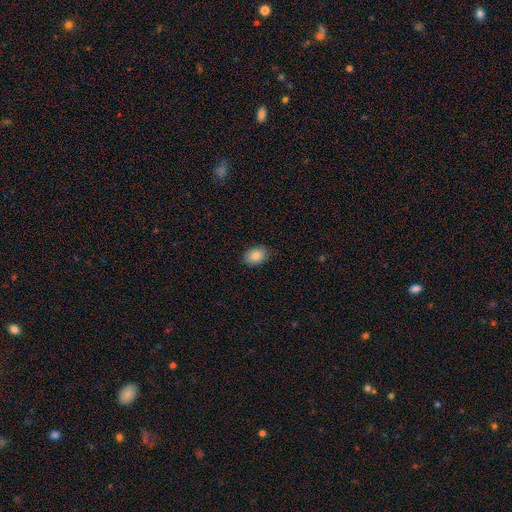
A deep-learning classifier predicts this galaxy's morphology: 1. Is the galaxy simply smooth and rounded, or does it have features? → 86% smooth, 7% star or artifact, 7% featured or disk.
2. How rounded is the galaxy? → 77% in between, 22% round, 1% cigar-shaped.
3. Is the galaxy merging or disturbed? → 82% none, 14% minor disturbance, 3% major disturbance, 1% merger.